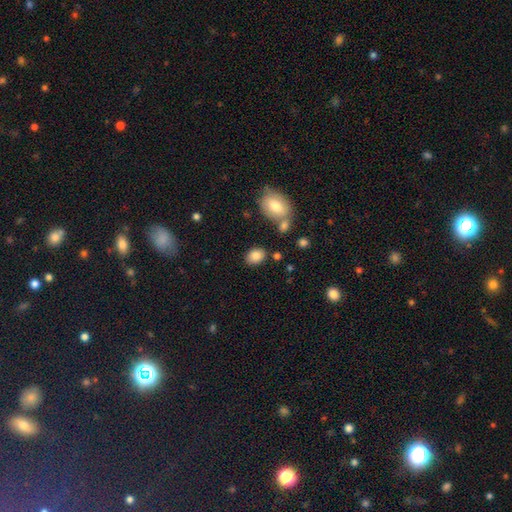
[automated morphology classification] Smooth or featured: smooth — 84% (star or artifact — 9%)
How rounded: in between — 72% (round — 27%)
Merging: none — 79% (minor disturbance — 12%)